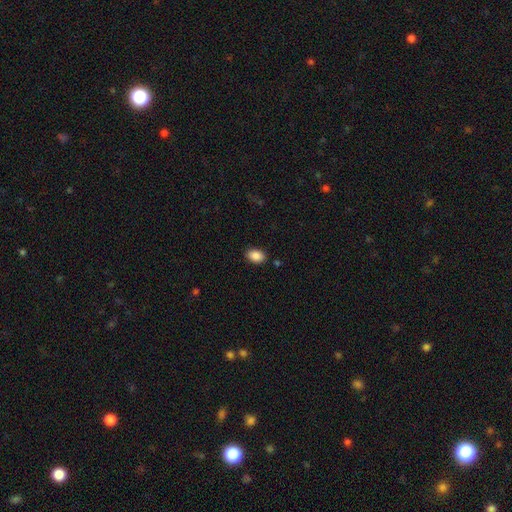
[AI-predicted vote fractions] This appears to be a smooth galaxy with no disk features (88%) that is in between round and cigar-shaped (84%). Merging: none (86%).